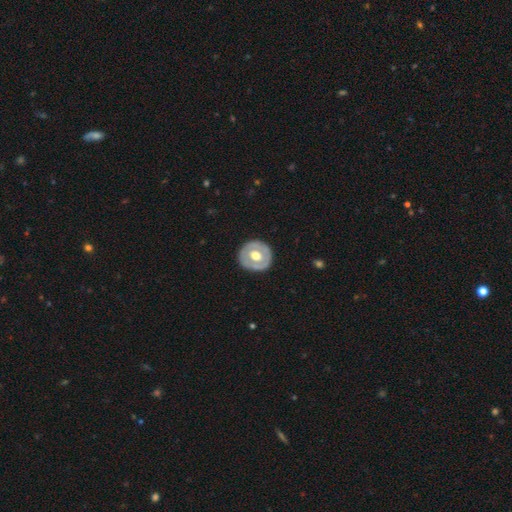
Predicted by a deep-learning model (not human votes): The model was most divided on "smooth or featured": featured or disk: 54%, smooth: 42%, star or artifact: 4%. More confident: edge-on disk — no (94%); spiral arms — no (87%); merging — none (86%); bar — no (76%); bulge size — moderate (67%).